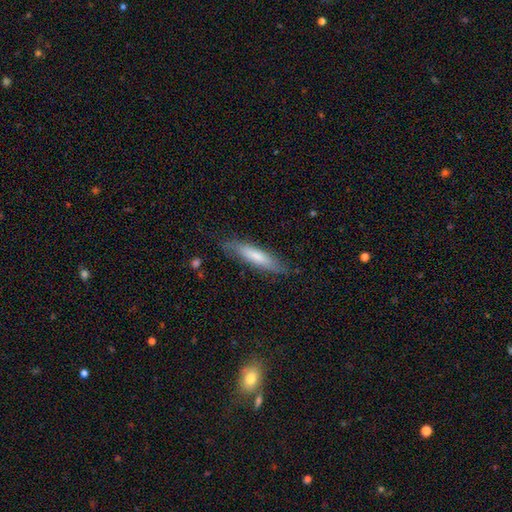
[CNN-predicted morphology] Smooth or featured?
  - smooth: 62% *
  - featured or disk: 32%
  - star or artifact: 7%
How rounded?
  - cigar-shaped: 82% *
  - in between: 16%
  - round: 1%
Merging?
  - none: 79% *
  - minor disturbance: 16%
  - major disturbance: 4%
  - merger: 1%